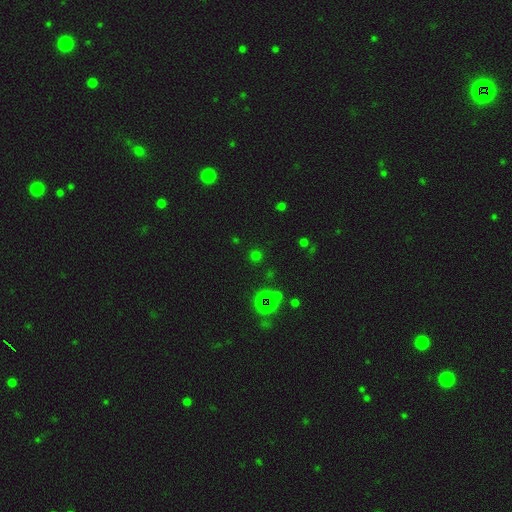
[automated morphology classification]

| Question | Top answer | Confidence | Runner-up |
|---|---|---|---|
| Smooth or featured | smooth | 52% | star or artifact (42%) |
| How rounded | round | 93% | in between (6%) |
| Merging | none | 85% | minor disturbance (8%) |